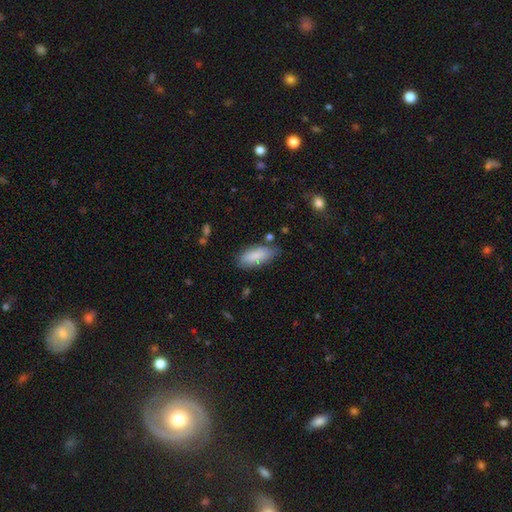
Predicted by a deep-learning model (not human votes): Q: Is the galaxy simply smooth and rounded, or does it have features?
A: smooth — 84%.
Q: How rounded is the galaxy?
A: in between — 82%.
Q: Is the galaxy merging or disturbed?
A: none — 71%.